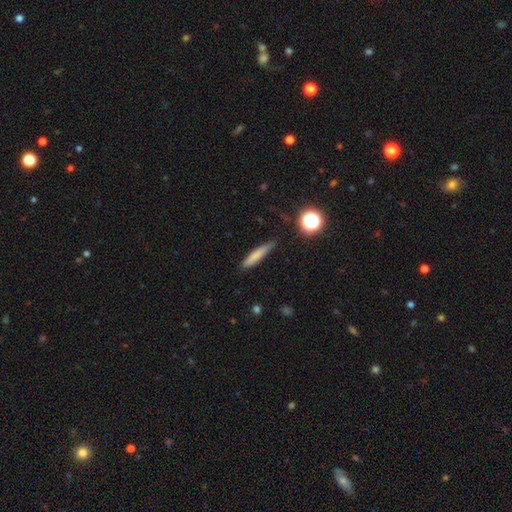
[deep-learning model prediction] The model was most divided on "merging": none: 71%, minor disturbance: 22%, major disturbance: 4%, merger: 2%. More confident: how rounded — cigar-shaped (87%); smooth or featured — smooth (74%).